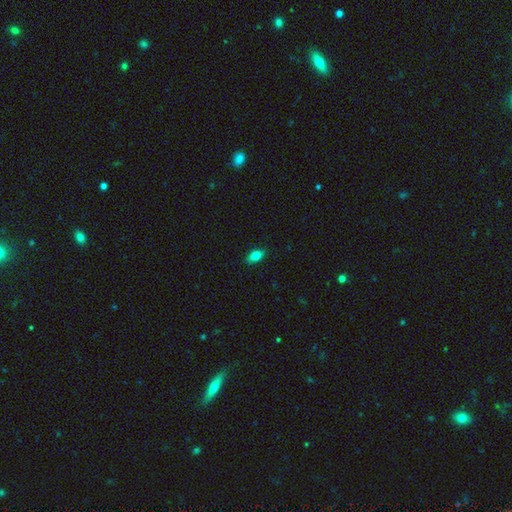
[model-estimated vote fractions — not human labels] Smooth or featured? smooth (80%)
How rounded? in between (87%)
Merging? none (87%)